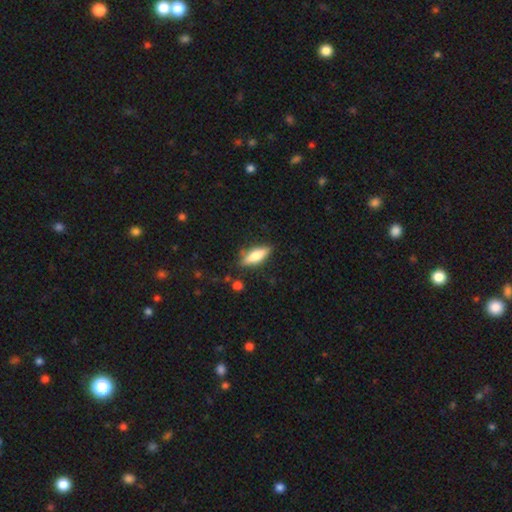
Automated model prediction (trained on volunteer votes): Smooth or featured? Predicted: smooth (p=0.70). How rounded? Predicted: in between (p=0.55). Merging? Predicted: none (p=0.80).